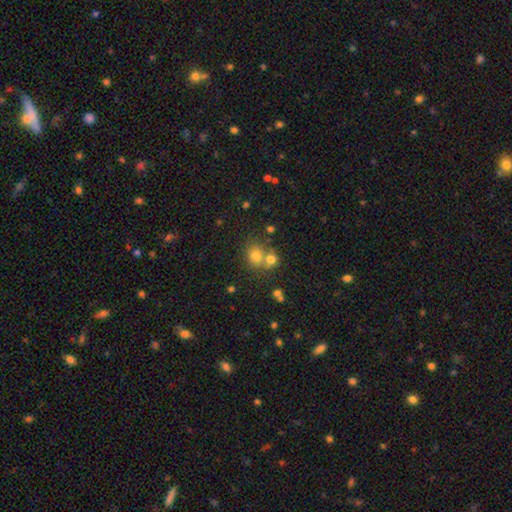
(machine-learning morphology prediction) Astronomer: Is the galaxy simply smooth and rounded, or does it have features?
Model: smooth — 75%.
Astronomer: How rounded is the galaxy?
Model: round — 76%.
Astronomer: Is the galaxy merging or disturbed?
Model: none — 46% (runner-up: merger, 43%).